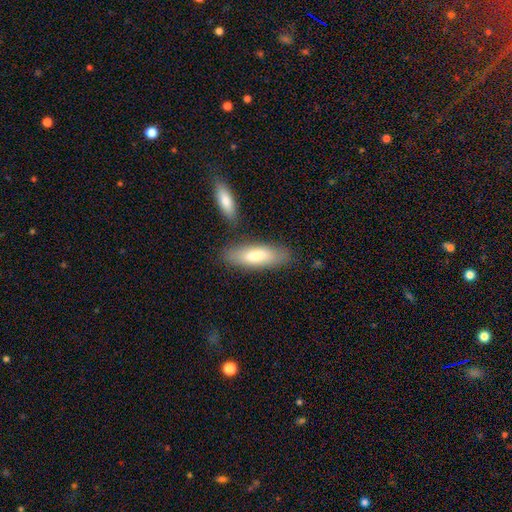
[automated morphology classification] A smooth galaxy with no disk features (75%) that is in between round and cigar-shaped (56%). Merging: none (77%).